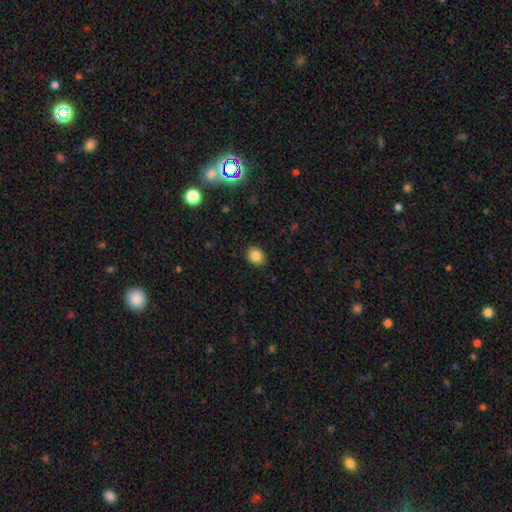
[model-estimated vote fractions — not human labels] This appears to be a smooth galaxy with no disk features (85%) that is in between round and cigar-shaped (55%). Merging: none (88%).